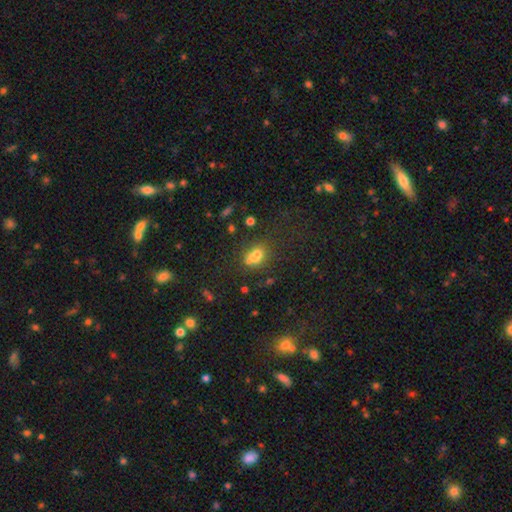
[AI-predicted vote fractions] Overall: smooth (65%). How rounded: in between (50%; round 47%). Merging: none (45%; merger 33%).